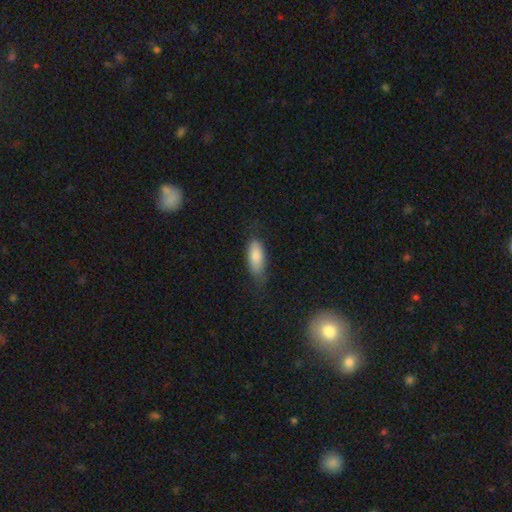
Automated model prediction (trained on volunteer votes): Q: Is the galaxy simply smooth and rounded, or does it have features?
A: smooth — 81%.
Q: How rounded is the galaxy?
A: in between — 72%.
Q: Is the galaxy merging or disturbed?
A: none — 64%.